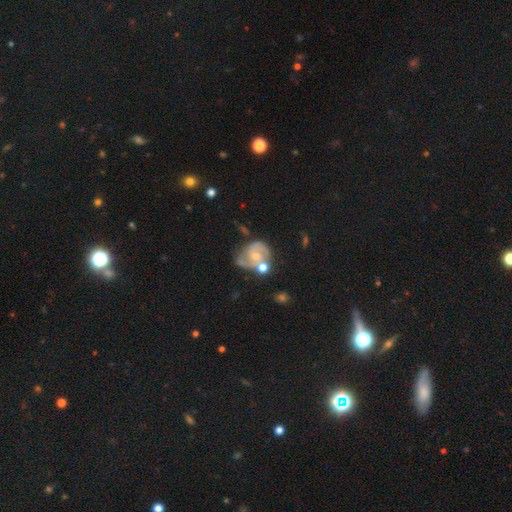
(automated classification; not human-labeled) Smooth or featured? Predicted: featured or disk (p=0.73). Edge-on disk? Predicted: no (p=0.98). Bar? Predicted: no (p=0.63). Spiral arms? Predicted: yes (p=0.87). Spiral winding? Predicted: medium (p=0.47). Spiral arm count? Predicted: 2 (p=0.69). Bulge size? Predicted: small (p=0.53). Merging? Predicted: none (p=0.39).